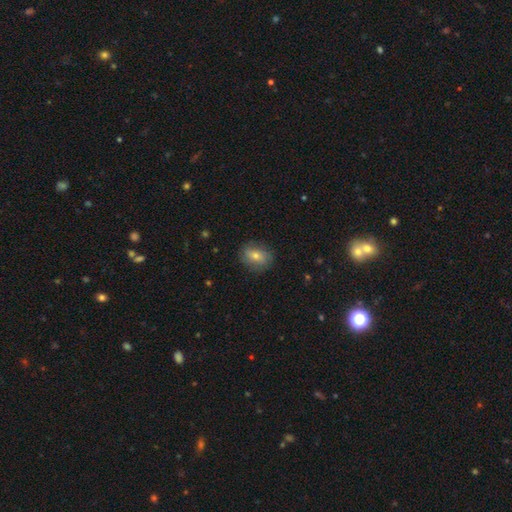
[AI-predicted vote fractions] Smooth or featured? smooth (70%)
How rounded? in between (59%)
Merging? none (81%)